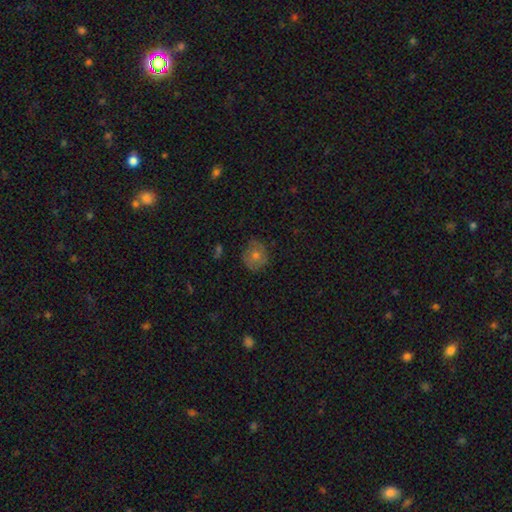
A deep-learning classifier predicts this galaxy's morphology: Smooth or featured? Predicted: smooth (p=0.58). How rounded? Predicted: round (p=0.82). Merging? Predicted: none (p=0.79).